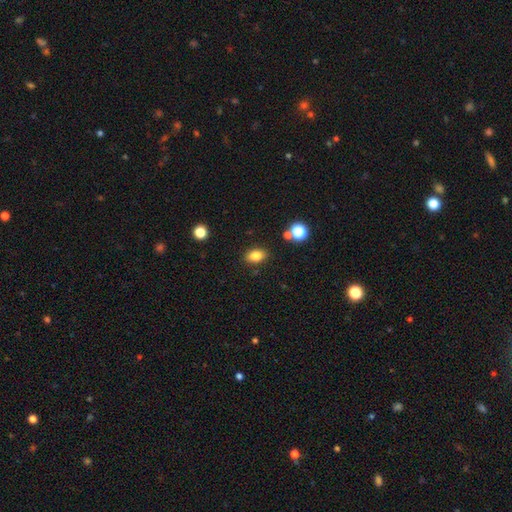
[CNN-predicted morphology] smooth 83%, star or artifact 11%, featured or disk 7%. Down the decision tree: how rounded — in between (82%); merging — none (85%).